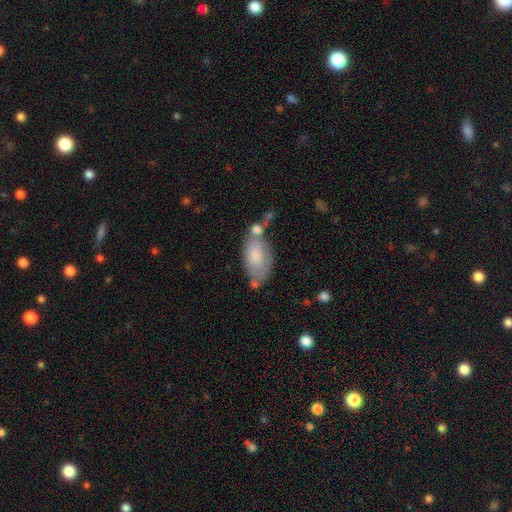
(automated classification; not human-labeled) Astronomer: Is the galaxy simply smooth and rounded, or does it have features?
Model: smooth — 76%.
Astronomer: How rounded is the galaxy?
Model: in between — 94%.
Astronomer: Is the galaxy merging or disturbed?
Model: none — 48% (runner-up: minor disturbance, 24%).